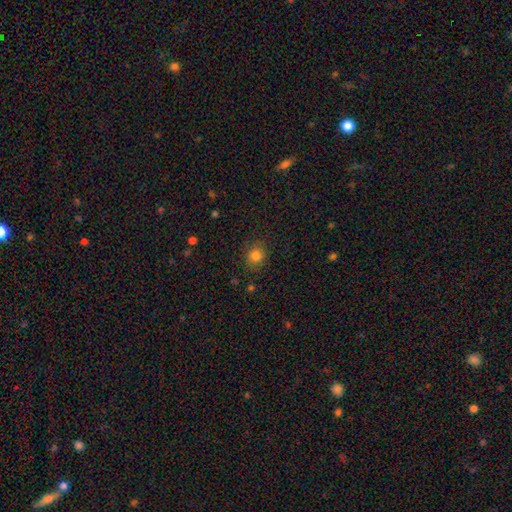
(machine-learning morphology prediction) This appears to be a smooth galaxy with no disk features (81%) that is round (85%). Merging: none (86%).